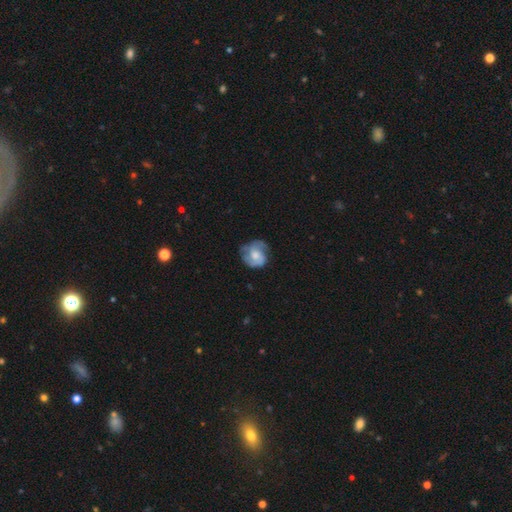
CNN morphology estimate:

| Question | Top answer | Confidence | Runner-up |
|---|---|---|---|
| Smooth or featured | featured or disk | 60% | smooth (33%) |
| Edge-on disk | no | 98% | yes (2%) |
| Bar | no | 68% | weak (27%) |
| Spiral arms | yes | 82% | no (18%) |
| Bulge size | moderate | 53% | small (24%) |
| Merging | none | 60% | minor disturbance (25%) |